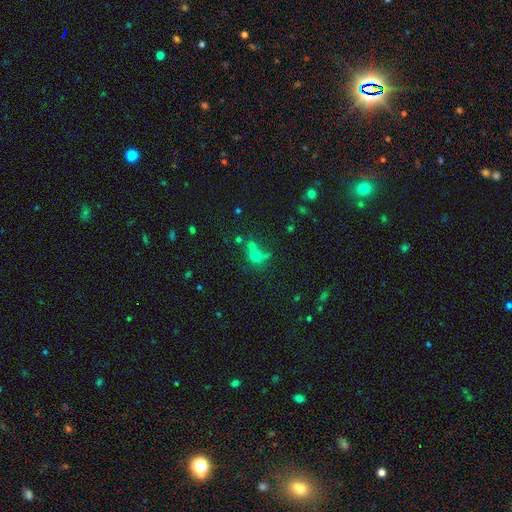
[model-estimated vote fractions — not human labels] Q: Smooth or featured?
A: smooth (63%); runner-up: star or artifact (21%)
Q: How rounded?
A: round (80%); runner-up: in between (19%)
Q: Merging?
A: none (42%); runner-up: merger (41%)